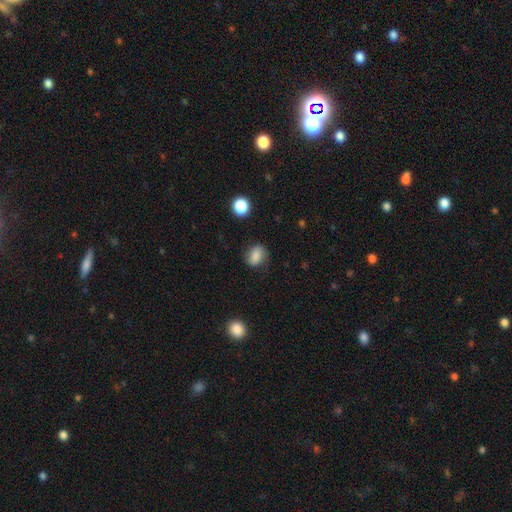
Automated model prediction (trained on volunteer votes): The model was most divided on "how rounded": in between: 62%, round: 37%, cigar-shaped: 1%. More confident: smooth or featured — smooth (79%); merging — none (72%).